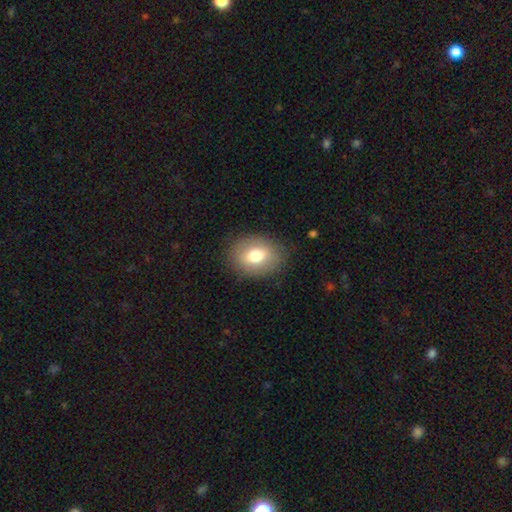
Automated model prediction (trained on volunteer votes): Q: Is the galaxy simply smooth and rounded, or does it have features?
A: smooth — 72%.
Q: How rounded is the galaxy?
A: in between — 64%.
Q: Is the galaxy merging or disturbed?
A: none — 85%.